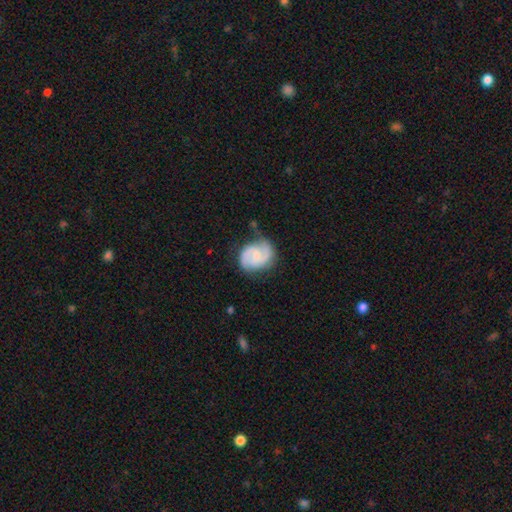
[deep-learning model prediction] Smooth or featured? featured or disk (77%)
Edge-on disk? no (98%)
Bar? weak (50%)
Spiral arms? yes (96%)
Spiral winding? medium (52%)
Spiral arm count? 2 (87%)
Bulge size? small (47%)
Merging? none (65%)